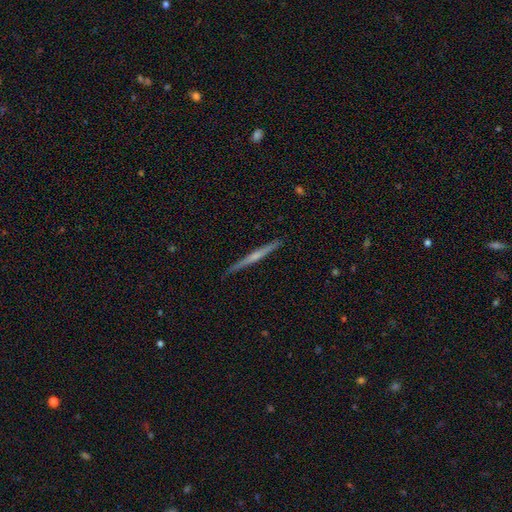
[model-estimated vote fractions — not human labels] The model was most divided on "edge-on bulge": rounded: 50%, none: 43%, boxy: 7%. More confident: edge-on disk — yes (98%); merging — none (89%); smooth or featured — featured or disk (63%).